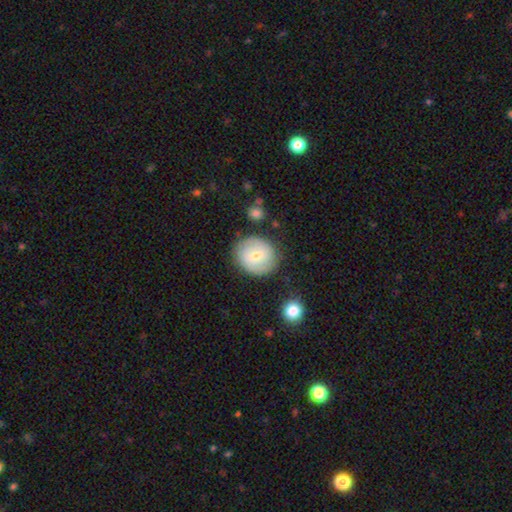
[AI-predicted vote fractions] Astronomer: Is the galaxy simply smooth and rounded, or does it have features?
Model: smooth — 55% (runner-up: featured or disk, 37%).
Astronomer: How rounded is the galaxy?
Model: round — 83%.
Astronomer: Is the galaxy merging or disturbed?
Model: none — 79%.